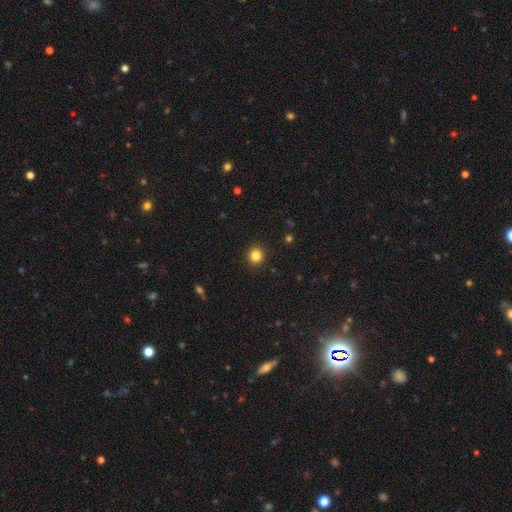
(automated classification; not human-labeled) Smooth or featured? Predicted: smooth (p=0.84). How rounded? Predicted: round (p=0.90). Merging? Predicted: none (p=0.92).